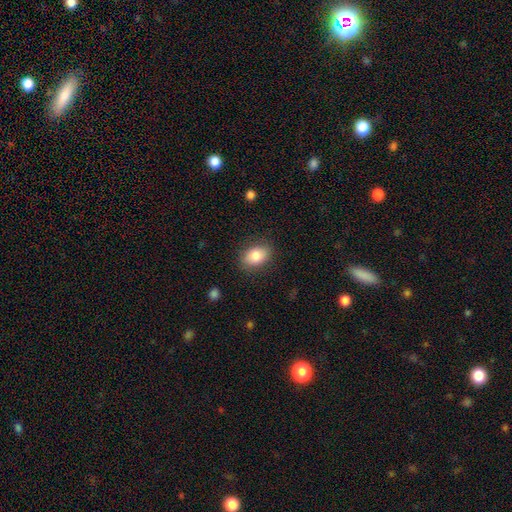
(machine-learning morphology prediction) Overall: smooth (83%). How rounded: in between (79%). Merging: none (84%).